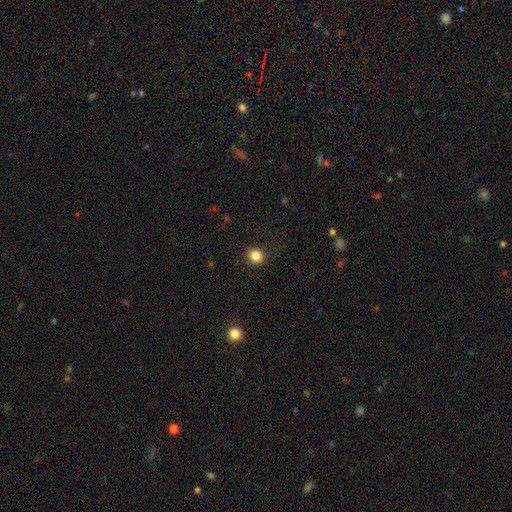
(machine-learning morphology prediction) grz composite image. It shows a smooth galaxy with no disk features (85%) that is round (88%). Merging: none (90%).